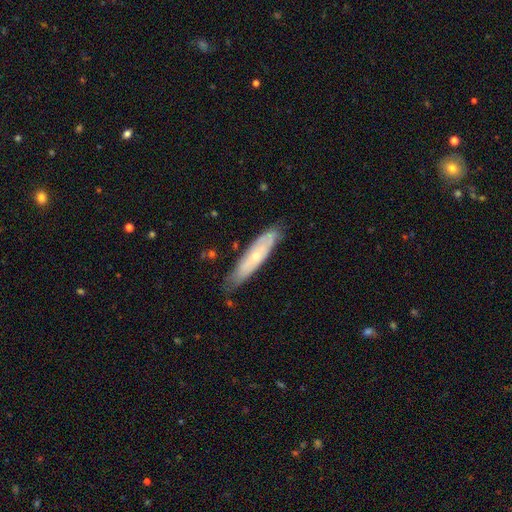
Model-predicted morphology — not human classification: Smooth or featured?
  - featured or disk: 52% *
  - smooth: 41%
  - star or artifact: 7%
Edge-on disk?
  - no: 55% *
  - yes: 45%
Merging?
  - none: 72% *
  - minor disturbance: 22%
  - major disturbance: 4%
  - merger: 2%